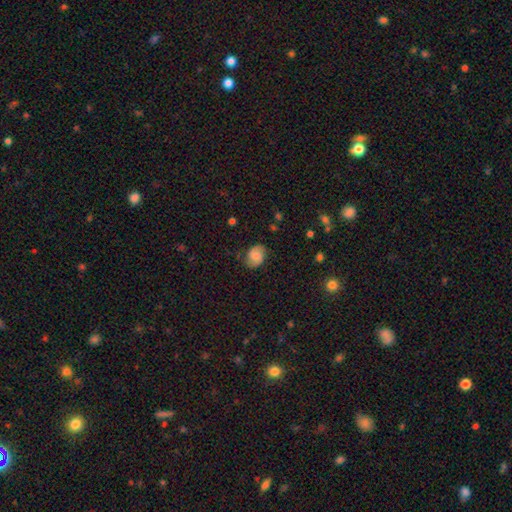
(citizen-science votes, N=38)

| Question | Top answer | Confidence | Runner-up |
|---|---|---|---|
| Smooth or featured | featured or disk | 50% | smooth (47%) |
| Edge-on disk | no | 100% | — |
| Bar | no | 68% | weak (26%) |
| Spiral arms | yes | 84% | no (16%) |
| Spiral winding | medium | 75% | tight (12%) |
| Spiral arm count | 2 | 88% | can't tell (12%) |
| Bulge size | moderate | 32% | small (26%) |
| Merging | none | 89% | minor disturbance (5%) |